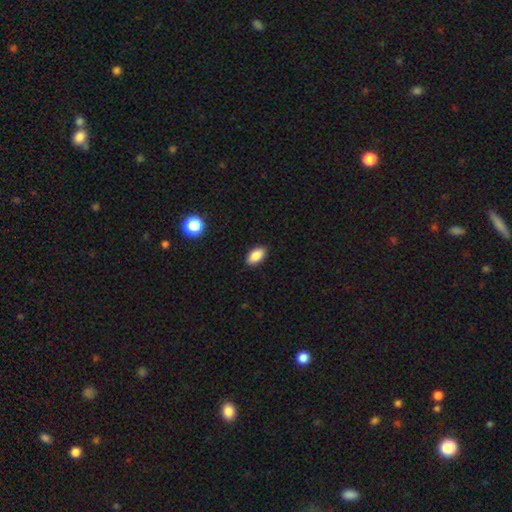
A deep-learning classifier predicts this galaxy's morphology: This appears to be a smooth galaxy with no disk features (87%) that is in between round and cigar-shaped (93%). Merging: none (89%).